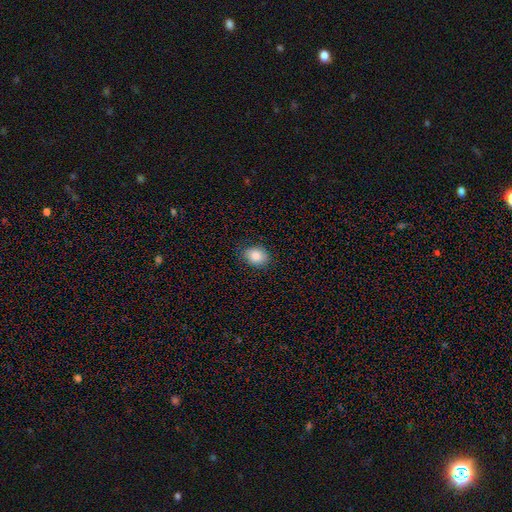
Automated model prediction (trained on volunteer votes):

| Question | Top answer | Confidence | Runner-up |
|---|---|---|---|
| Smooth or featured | smooth | 86% | star or artifact (8%) |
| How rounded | in between | 54% | round (45%) |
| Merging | none | 86% | minor disturbance (11%) |